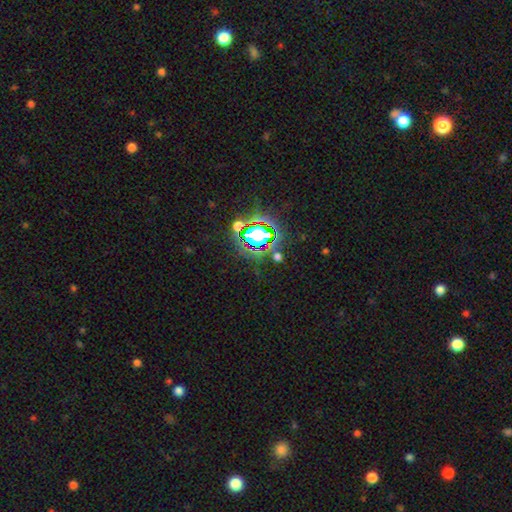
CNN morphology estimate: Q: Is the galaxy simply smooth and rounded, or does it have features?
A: star or artifact — 78%.